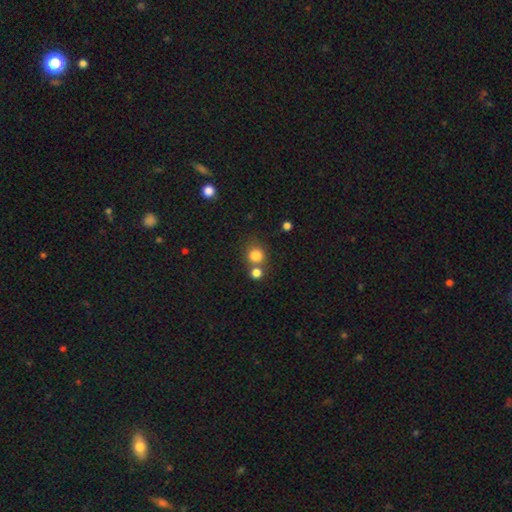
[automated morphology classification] This appears to be a smooth galaxy with no disk features (82%) that is round (89%). Merging: none (62%).